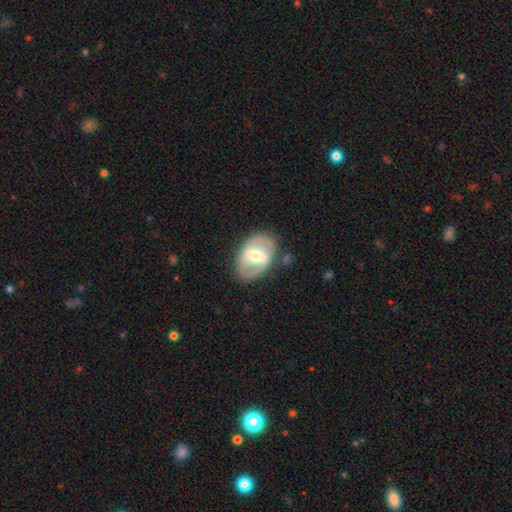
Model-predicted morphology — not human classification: A featured or disk galaxy (65%) with a strong bar (56%), no spiral arms (57%) and a moderate central bulge (62%).

Vote fractions:
- Smooth or featured? featured or disk: 65% / smooth: 29% / star or artifact: 6%
- Edge-on disk? no: 92% / yes: 8%
- Bar? strong: 56% / weak: 33% / no: 11%
- Spiral arms? no: 57% / yes: 43%
- Bulge size? moderate: 62% / small: 24% / large: 10% / none: 2% / dominant: 1%
- Merging? none: 75% / minor disturbance: 15% / major disturbance: 7% / merger: 3%